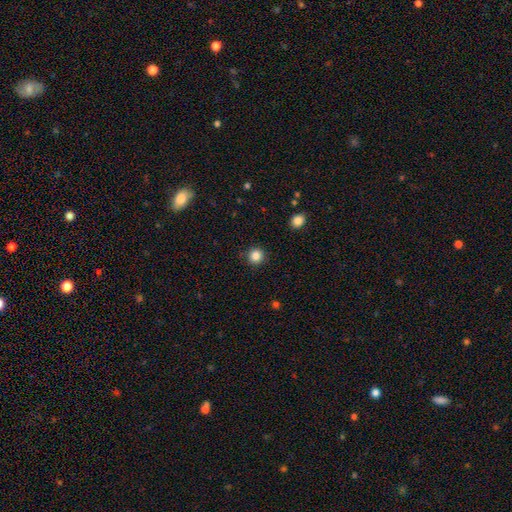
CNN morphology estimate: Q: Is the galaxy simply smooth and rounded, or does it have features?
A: smooth — 85%.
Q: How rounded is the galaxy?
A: round — 94%.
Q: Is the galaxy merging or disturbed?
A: none — 90%.